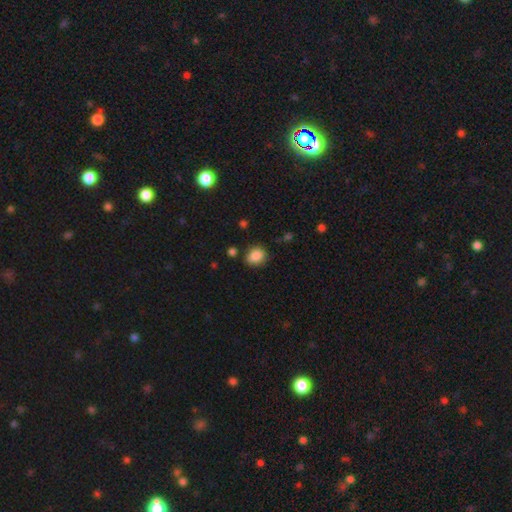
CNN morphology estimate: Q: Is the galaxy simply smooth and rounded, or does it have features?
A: smooth — 86%.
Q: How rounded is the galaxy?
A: round — 63%.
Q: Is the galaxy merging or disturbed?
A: none — 81%.